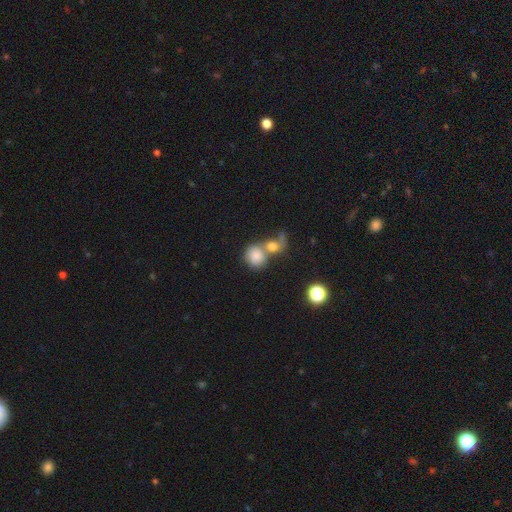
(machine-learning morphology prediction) Smooth or featured? smooth (77%)
How rounded? round (75%)
Merging? merger (62%)